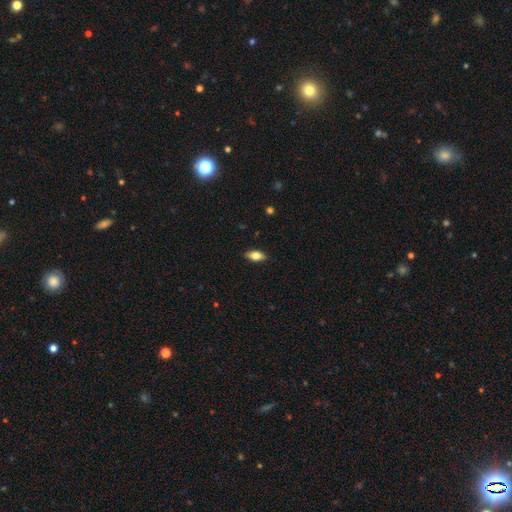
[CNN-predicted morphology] Smooth or featured: smooth — 73% (featured or disk — 20%)
How rounded: in between — 87% (cigar-shaped — 10%)
Merging: none — 88% (minor disturbance — 9%)